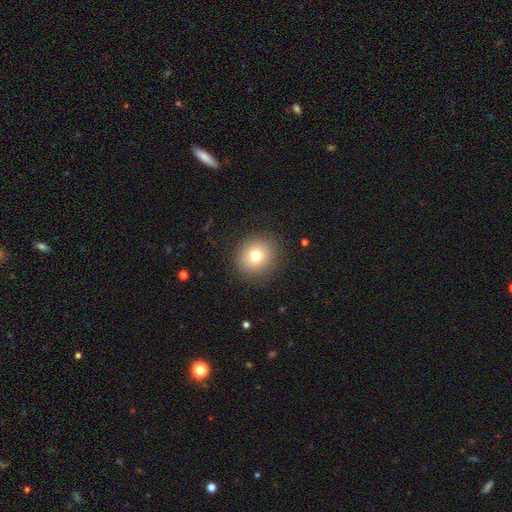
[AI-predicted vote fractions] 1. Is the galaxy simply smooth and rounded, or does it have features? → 76% smooth, 12% star or artifact, 12% featured or disk.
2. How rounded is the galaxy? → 84% round, 15% in between, 1% cigar-shaped.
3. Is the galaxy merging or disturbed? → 88% none, 8% minor disturbance, 3% major disturbance, 1% merger.